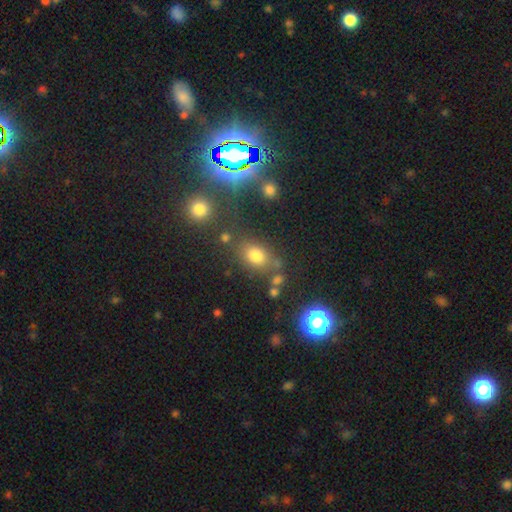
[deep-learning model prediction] A smooth galaxy with no disk features (73%) that is in between round and cigar-shaped (61%).

Vote fractions:
- Smooth or featured? smooth: 73% / star or artifact: 17% / featured or disk: 10%
- How rounded? in between: 61% / round: 36% / cigar-shaped: 2%
- Merging? none: 67% / minor disturbance: 15% / merger: 11% / major disturbance: 7%